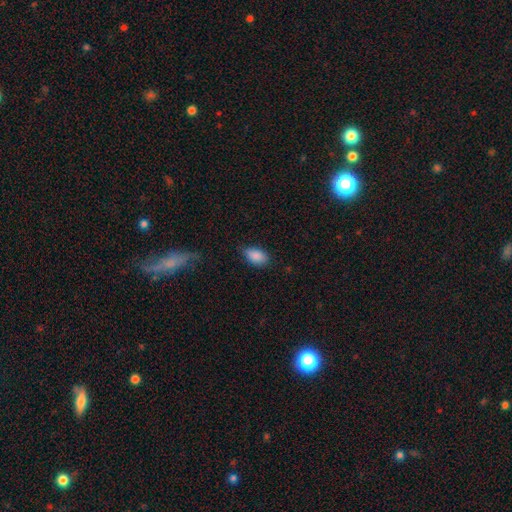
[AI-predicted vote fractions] Smooth or featured?
  - smooth: 88% *
  - star or artifact: 8%
  - featured or disk: 5%
How rounded?
  - in between: 90% *
  - round: 8%
  - cigar-shaped: 2%
Merging?
  - none: 70% *
  - minor disturbance: 24%
  - major disturbance: 5%
  - merger: 1%